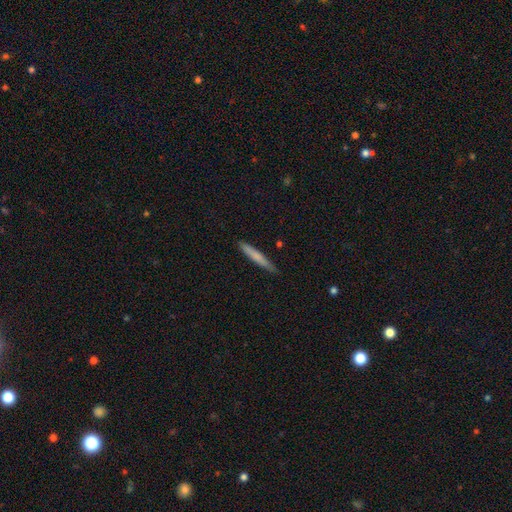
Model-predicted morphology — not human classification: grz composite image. It shows a smooth galaxy with no disk features (71%) that is cigar-shaped (95%). Merging: none (87%).